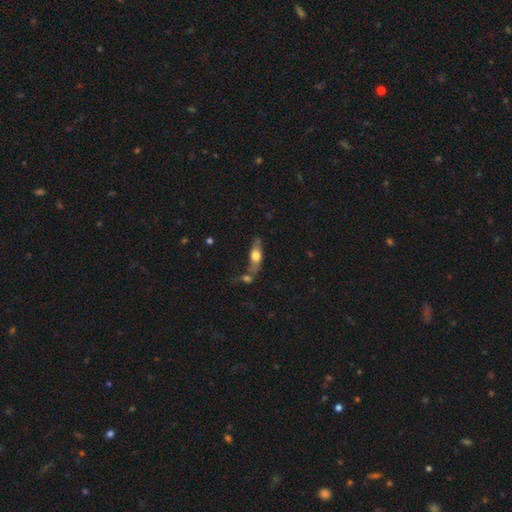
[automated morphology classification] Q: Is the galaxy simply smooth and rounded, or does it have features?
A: smooth — 56%.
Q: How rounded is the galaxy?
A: in between — 60%.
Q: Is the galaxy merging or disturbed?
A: none — 48%.